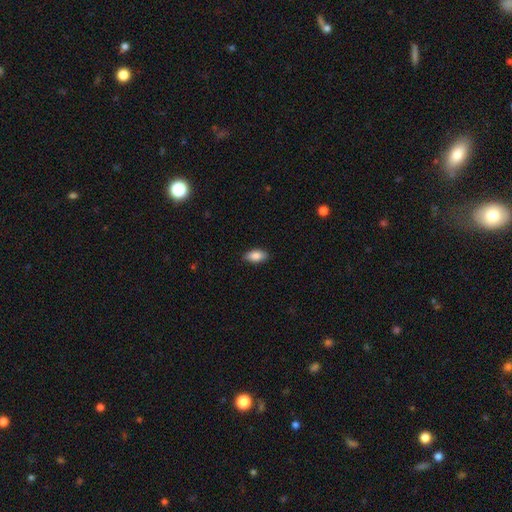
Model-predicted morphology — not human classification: The model was most divided on "merging": none: 88%, minor disturbance: 9%, major disturbance: 2%, merger: 1%. More confident: how rounded — in between (92%); smooth or featured — smooth (87%).